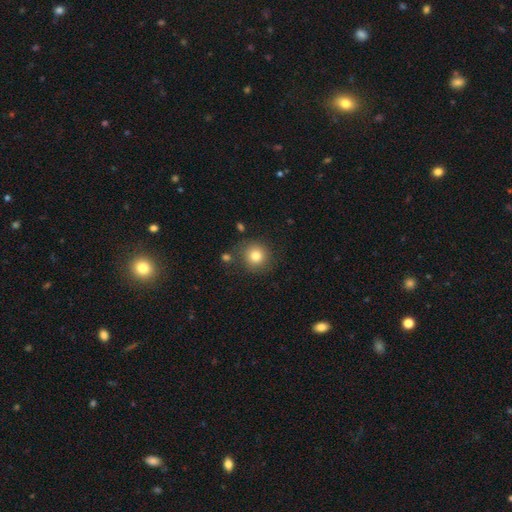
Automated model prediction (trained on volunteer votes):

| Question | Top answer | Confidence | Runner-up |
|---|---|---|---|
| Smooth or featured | smooth | 81% | star or artifact (11%) |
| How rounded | round | 91% | in between (8%) |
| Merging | none | 81% | minor disturbance (10%) |